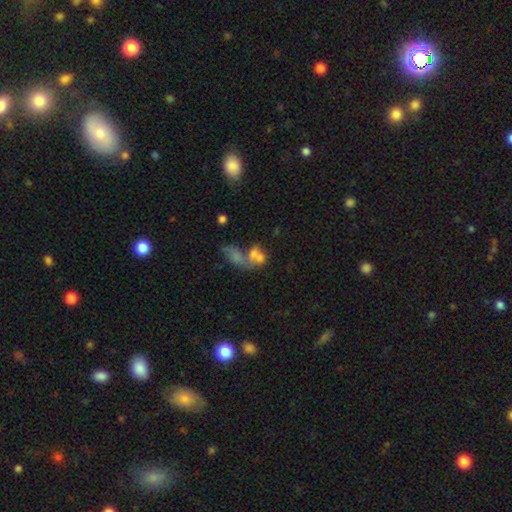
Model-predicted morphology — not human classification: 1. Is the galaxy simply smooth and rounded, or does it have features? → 53% smooth, 33% featured or disk, 14% star or artifact.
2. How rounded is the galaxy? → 73% in between, 22% round, 5% cigar-shaped.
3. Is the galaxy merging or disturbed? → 62% merger, 16% none, 14% major disturbance, 8% minor disturbance.